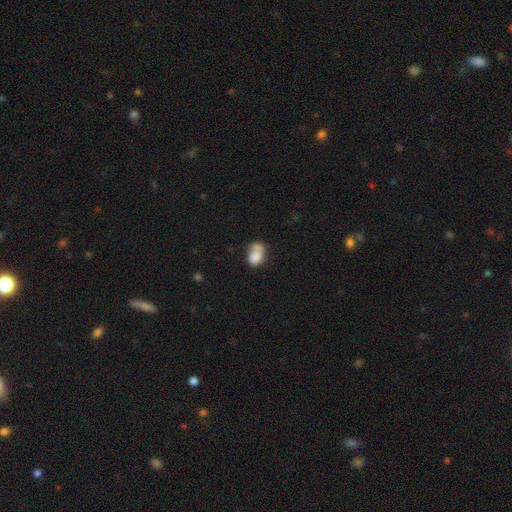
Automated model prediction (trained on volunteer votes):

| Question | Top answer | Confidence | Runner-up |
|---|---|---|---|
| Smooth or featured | smooth | 77% | featured or disk (14%) |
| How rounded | in between | 76% | round (23%) |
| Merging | none | 34% | merger (31%) |